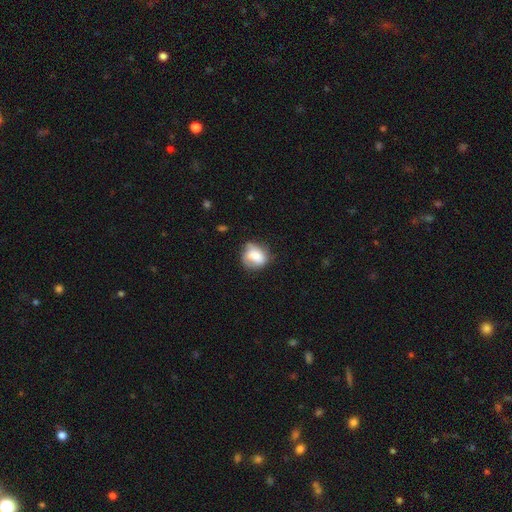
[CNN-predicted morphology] Smooth or featured?
  - smooth: 63% *
  - featured or disk: 29%
  - star or artifact: 8%
How rounded?
  - round: 67% *
  - in between: 32%
  - cigar-shaped: 1%
Merging?
  - none: 52% *
  - minor disturbance: 32%
  - major disturbance: 13%
  - merger: 3%